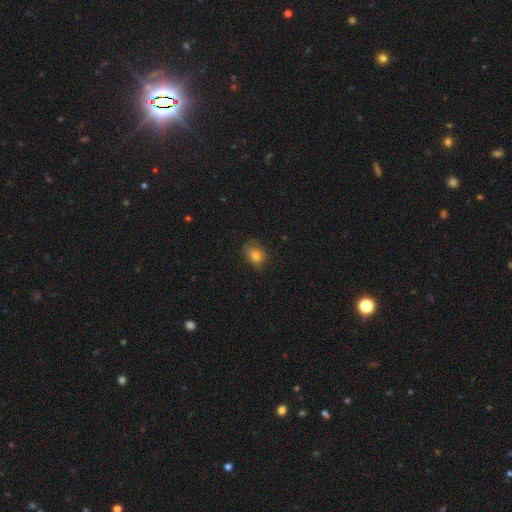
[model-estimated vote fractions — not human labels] The model was most divided on "how rounded": in between: 71%, round: 27%, cigar-shaped: 1%. More confident: smooth or featured — smooth (80%); merging — none (68%).